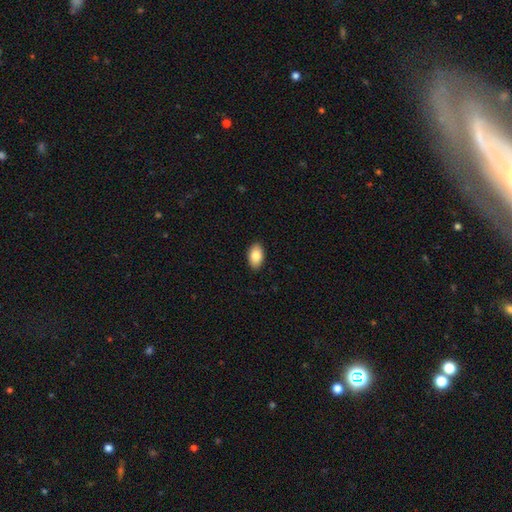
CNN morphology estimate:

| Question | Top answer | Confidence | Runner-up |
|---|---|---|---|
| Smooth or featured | smooth | 85% | featured or disk (8%) |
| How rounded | in between | 93% | round (6%) |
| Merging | none | 90% | minor disturbance (7%) |